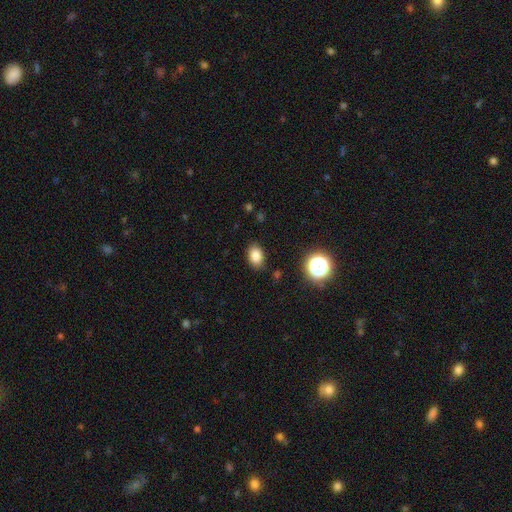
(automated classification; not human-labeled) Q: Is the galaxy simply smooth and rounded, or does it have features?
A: smooth — 82%.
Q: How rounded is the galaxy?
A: in between — 80%.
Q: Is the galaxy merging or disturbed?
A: none — 86%.